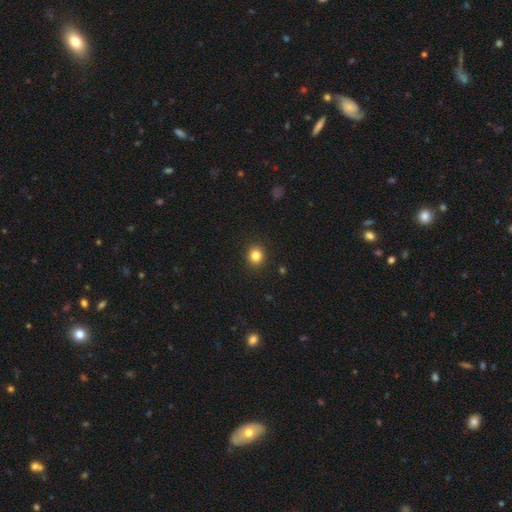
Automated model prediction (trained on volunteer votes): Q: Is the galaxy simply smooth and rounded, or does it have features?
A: smooth — 83%.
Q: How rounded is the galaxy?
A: round — 85%.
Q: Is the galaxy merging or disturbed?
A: none — 92%.